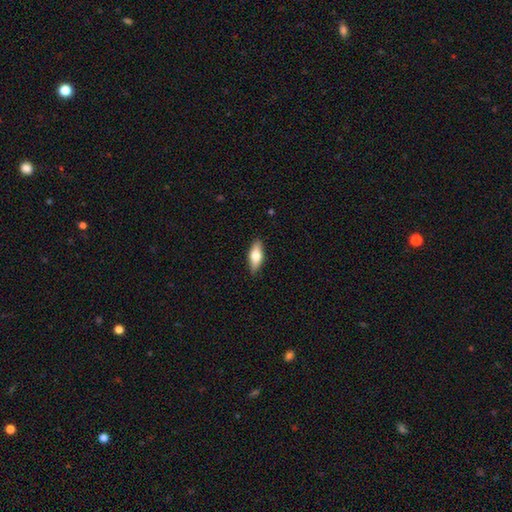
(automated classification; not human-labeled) Smooth or featured: smooth — 66% (featured or disk — 28%)
How rounded: in between — 71% (cigar-shaped — 26%)
Merging: none — 87% (minor disturbance — 10%)